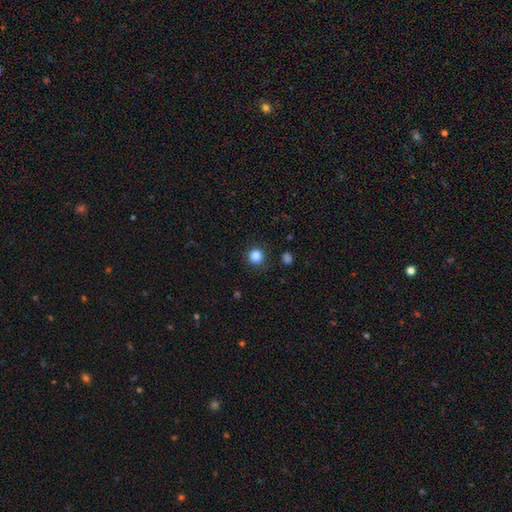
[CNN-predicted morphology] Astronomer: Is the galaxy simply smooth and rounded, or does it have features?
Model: smooth — 84%.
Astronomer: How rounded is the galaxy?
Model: round — 92%.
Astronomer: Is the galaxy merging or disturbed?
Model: none — 88%.